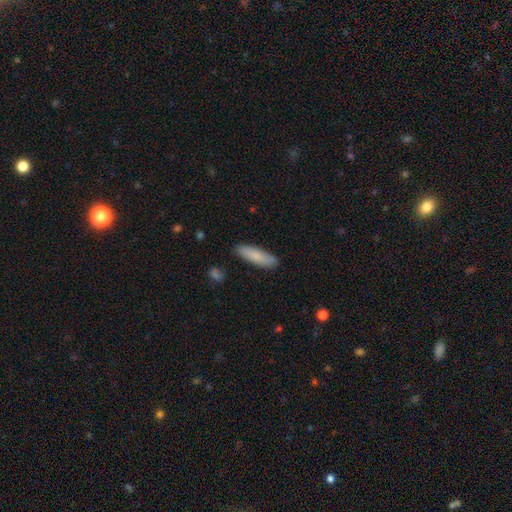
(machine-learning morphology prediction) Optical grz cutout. It shows a smooth galaxy with no disk features (83%) that is cigar-shaped (66%). Merging: none (86%).